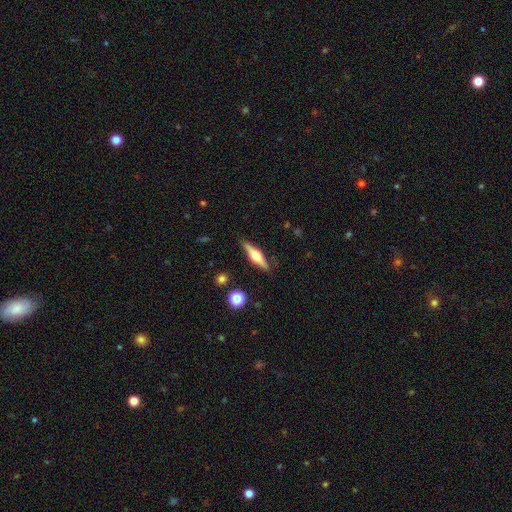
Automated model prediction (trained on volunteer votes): This is likely a featured or disk galaxy (65%). It is clearly viewed edge-on (96%). Edge-on bulge: clearly rounded (91%). Merging: clearly none (87%).